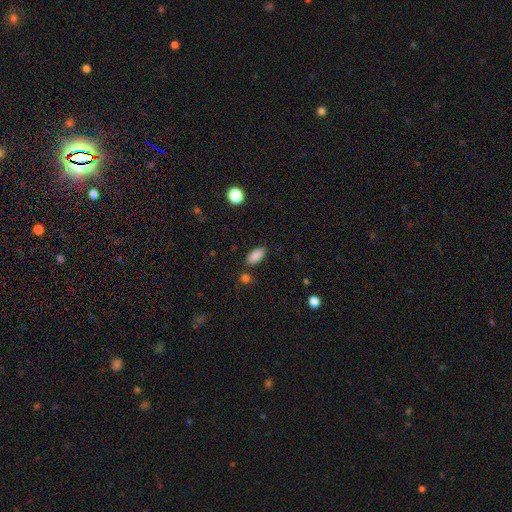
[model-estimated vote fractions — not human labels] smooth_or_featured: smooth (p=0.87) [alt: star or artifact p=0.08]
how_rounded: in between (p=0.89) [alt: cigar-shaped p=0.08]
merging: none (p=0.81) [alt: minor disturbance p=0.11]